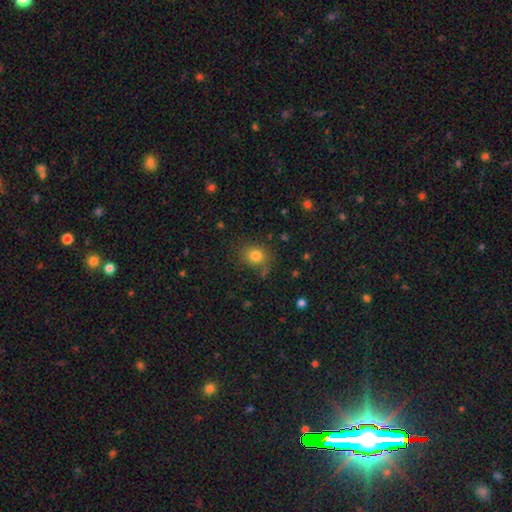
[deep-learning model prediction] smooth 81%, star or artifact 12%, featured or disk 7%. Down the decision tree: how rounded — round (63%); merging — none (74%).